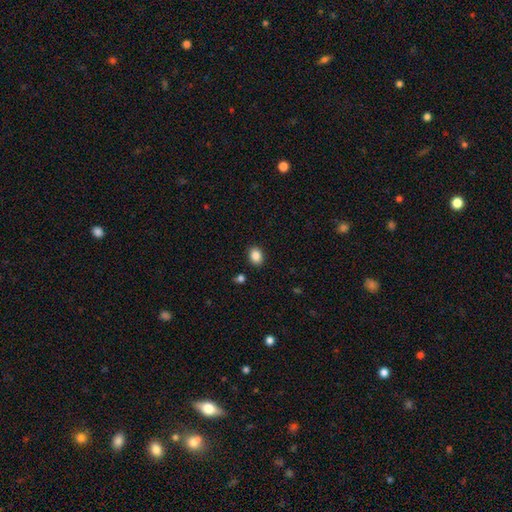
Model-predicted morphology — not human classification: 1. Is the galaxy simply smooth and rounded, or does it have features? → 87% smooth, 9% star or artifact, 4% featured or disk.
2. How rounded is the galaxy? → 60% in between, 39% round, 1% cigar-shaped.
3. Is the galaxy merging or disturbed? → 88% none, 8% minor disturbance, 2% major disturbance, 2% merger.